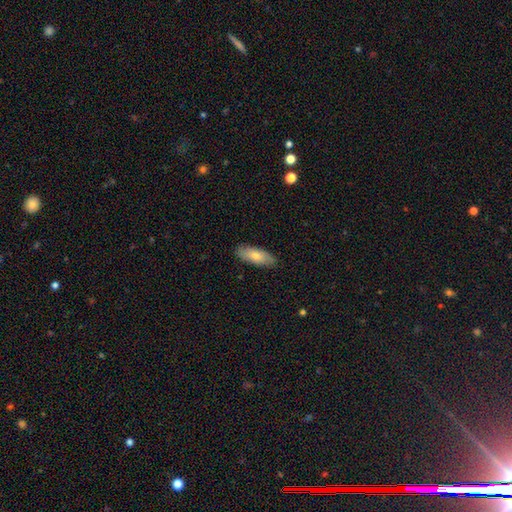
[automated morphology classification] This is likely a smooth galaxy (76%). How rounded: likely in between (78%). Merging: clearly none (86%).